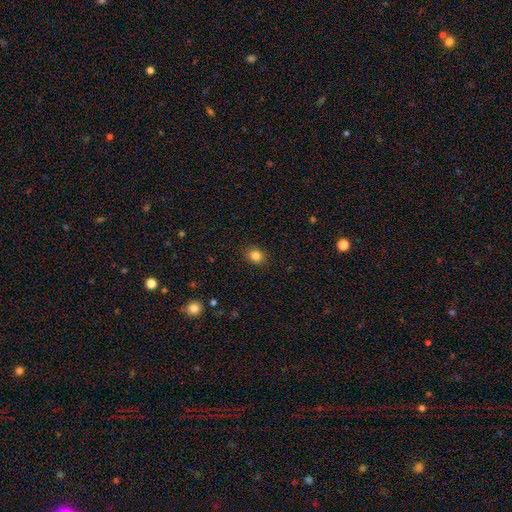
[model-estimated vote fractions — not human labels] Q: Smooth or featured?
A: smooth (83%); runner-up: star or artifact (11%)
Q: How rounded?
A: round (56%); runner-up: in between (43%)
Q: Merging?
A: none (87%); runner-up: minor disturbance (10%)